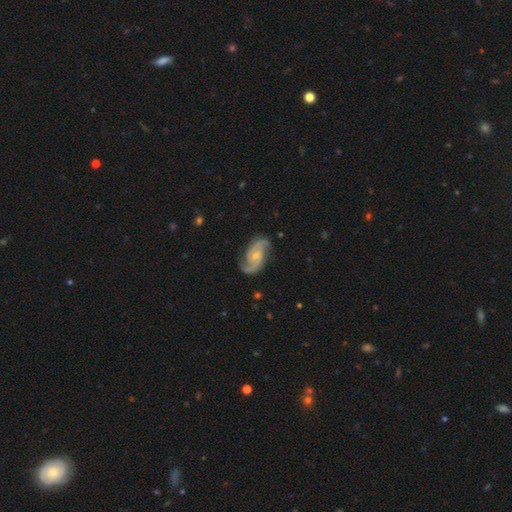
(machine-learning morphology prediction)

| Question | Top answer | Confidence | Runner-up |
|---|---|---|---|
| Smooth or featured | featured or disk | 91% | smooth (5%) |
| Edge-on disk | no | 97% | yes (3%) |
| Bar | no | 59% | weak (32%) |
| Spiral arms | yes | 98% | no (2%) |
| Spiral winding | medium | 55% | tight (25%) |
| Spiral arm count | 2 | 89% | 3 (4%) |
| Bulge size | small | 61% | moderate (34%) |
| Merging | none | 79% | minor disturbance (15%) |